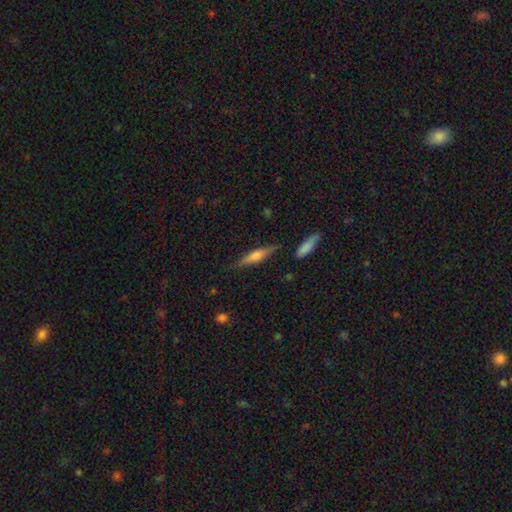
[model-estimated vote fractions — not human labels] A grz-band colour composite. It shows a featured or disk galaxy (52%) viewed edge-on (95%). Merging: none (83%).